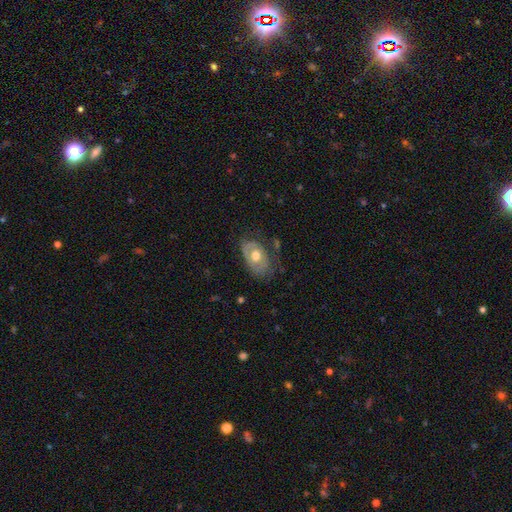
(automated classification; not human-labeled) featured or disk 53%, smooth 41%, star or artifact 6%. Down the decision tree: edge-on disk — no (92%); merging — none (52%).